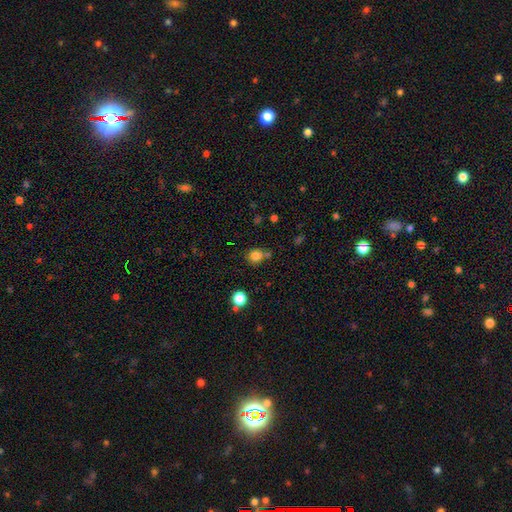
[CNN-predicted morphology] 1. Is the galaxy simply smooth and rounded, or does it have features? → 81% smooth, 13% star or artifact, 6% featured or disk.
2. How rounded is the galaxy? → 82% round, 17% in between, 1% cigar-shaped.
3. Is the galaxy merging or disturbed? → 64% none, 16% merger, 15% minor disturbance, 5% major disturbance.